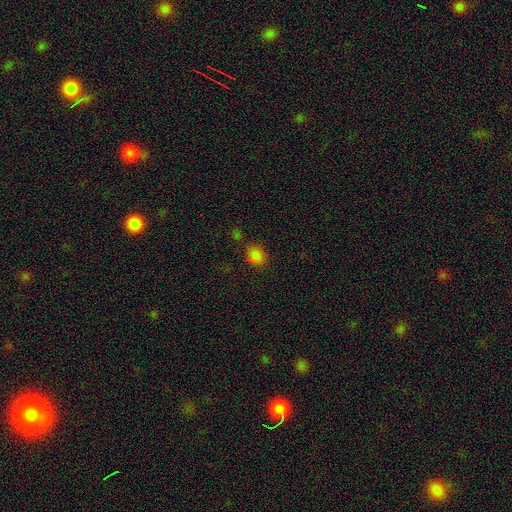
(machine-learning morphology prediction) The model was most divided on "how rounded": in between: 53%, round: 45%, cigar-shaped: 2%. More confident: smooth or featured — smooth (70%); merging — none (69%).